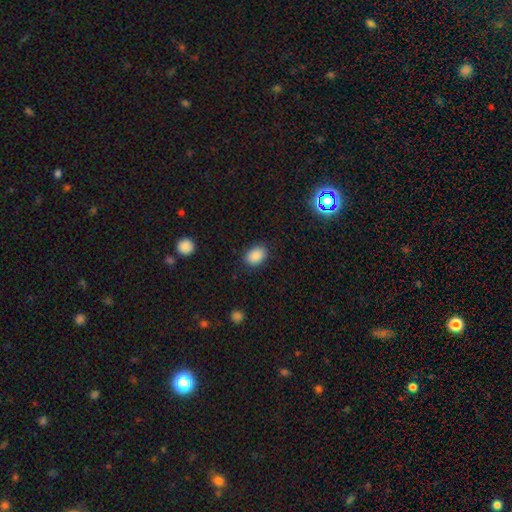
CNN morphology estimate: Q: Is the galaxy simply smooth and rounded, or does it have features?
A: smooth — 88%.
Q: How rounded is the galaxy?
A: in between — 70%.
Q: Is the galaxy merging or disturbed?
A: none — 87%.